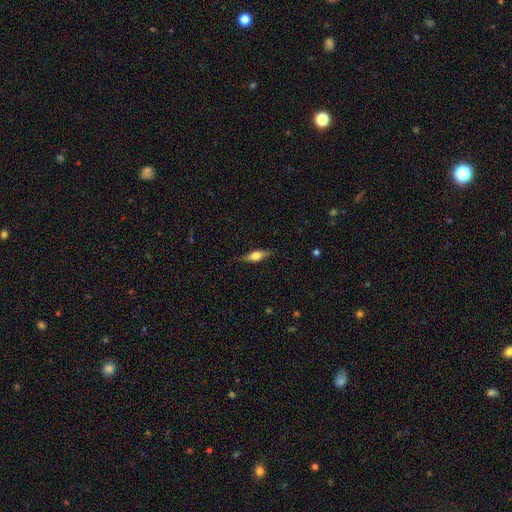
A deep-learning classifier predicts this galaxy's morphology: A smooth galaxy with no disk features (55%) that is in between round and cigar-shaped (50%).

Vote fractions:
- Smooth or featured? smooth: 55% / featured or disk: 38% / star or artifact: 7%
- How rounded? in between: 50% / cigar-shaped: 47% / round: 3%
- Merging? none: 81% / minor disturbance: 15% / major disturbance: 3% / merger: 1%